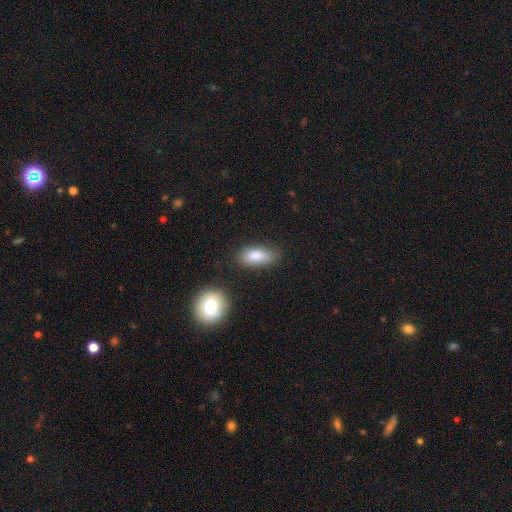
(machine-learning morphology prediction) A smooth galaxy with no disk features (83%) that is in between round and cigar-shaped (86%). Merging: none (65%).